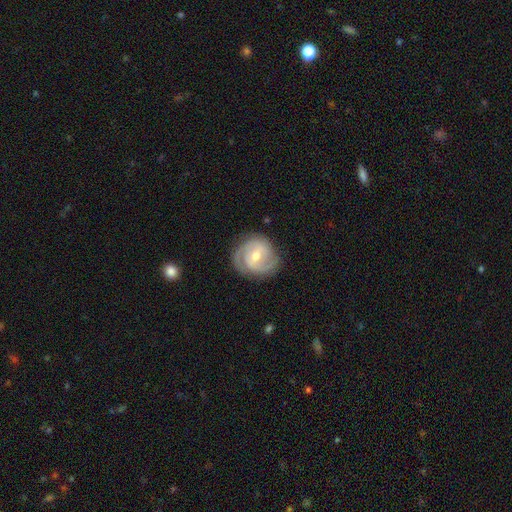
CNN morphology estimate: Smooth or featured?
  - featured or disk: 82% *
  - smooth: 13%
  - star or artifact: 5%
Edge-on disk?
  - no: 98% *
  - yes: 2%
Bar?
  - weak: 54% *
  - no: 30%
  - strong: 16%
Spiral arms?
  - yes: 95% *
  - no: 5%
Spiral winding?
  - tight: 57% *
  - medium: 36%
  - loose: 8%
Spiral arm count?
  - 2: 57% *
  - 3: 20%
  - can't tell: 13%
  - 1: 4%
  - 4: 3%
  - more than 4: 3%
Bulge size?
  - moderate: 65% *
  - small: 30%
  - large: 3%
  - none: 1%
  - dominant: 1%
Merging?
  - none: 79% *
  - minor disturbance: 15%
  - major disturbance: 5%
  - merger: 1%